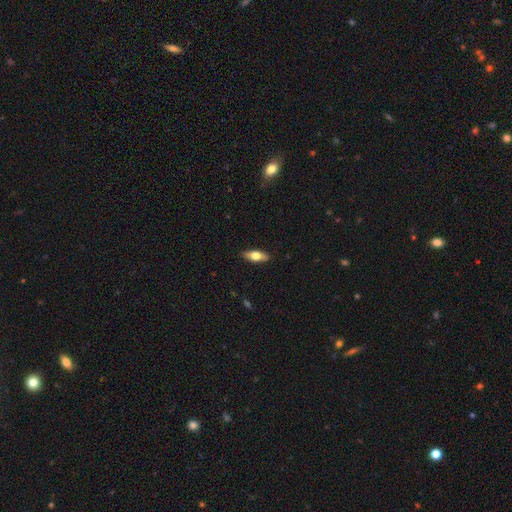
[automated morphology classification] smooth-or-featured: smooth: 59% | featured or disk: 35% | star or artifact: 6%
  how-rounded: in between: 69% | cigar-shaped: 28% | round: 3%
  merging: none: 89% | minor disturbance: 9% | major disturbance: 2% | merger: 1%